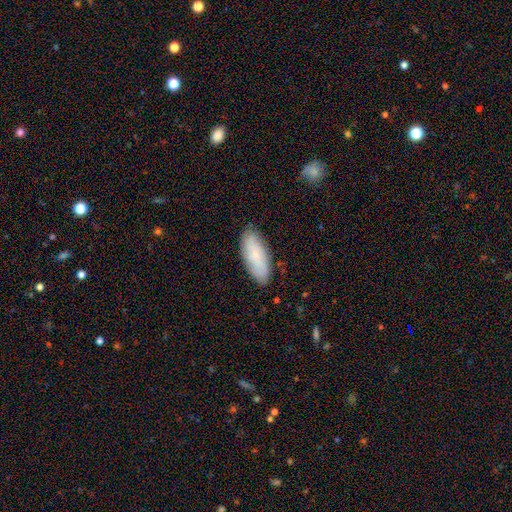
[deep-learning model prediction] This is likely a smooth galaxy (67%). How rounded: likely in between (80%). Merging: clearly none (84%).